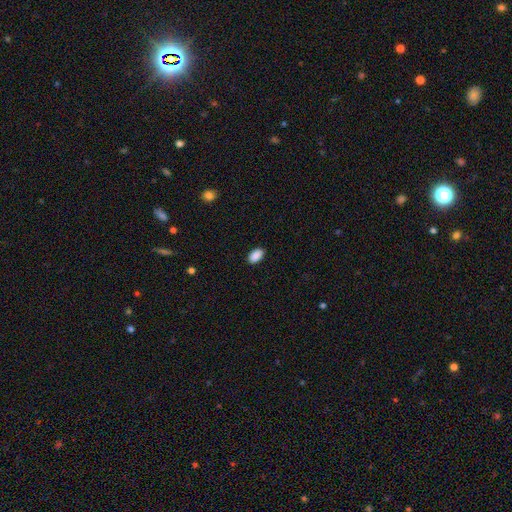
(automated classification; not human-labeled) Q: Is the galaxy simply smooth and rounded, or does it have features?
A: smooth — 90%.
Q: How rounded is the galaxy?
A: in between — 93%.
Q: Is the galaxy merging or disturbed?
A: none — 88%.